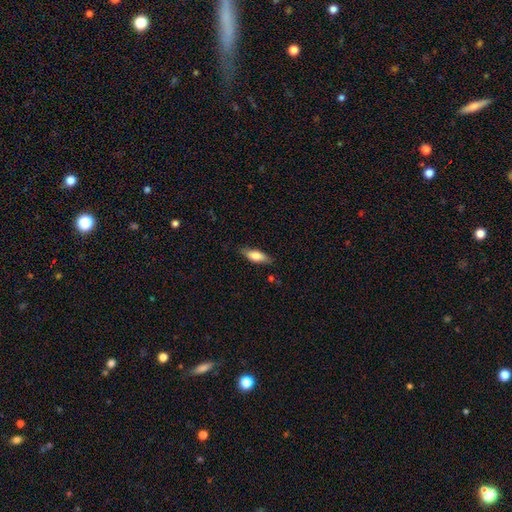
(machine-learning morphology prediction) smooth-or-featured: smooth: 75% | featured or disk: 19% | star or artifact: 6%
  how-rounded: in between: 68% | cigar-shaped: 30% | round: 2%
  merging: none: 81% | minor disturbance: 15% | major disturbance: 3% | merger: 1%